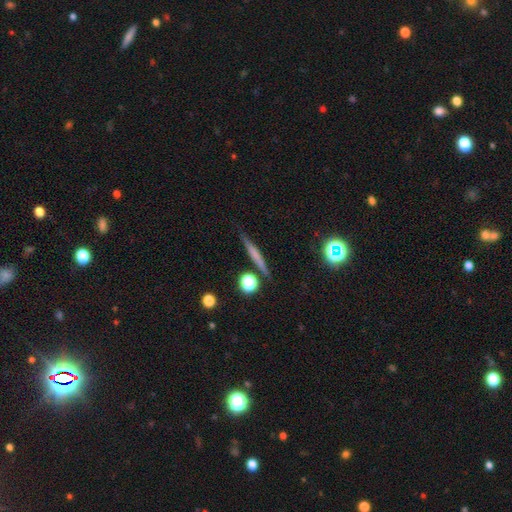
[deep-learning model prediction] Morphology: type=smooth (47%); merging=none (85%).